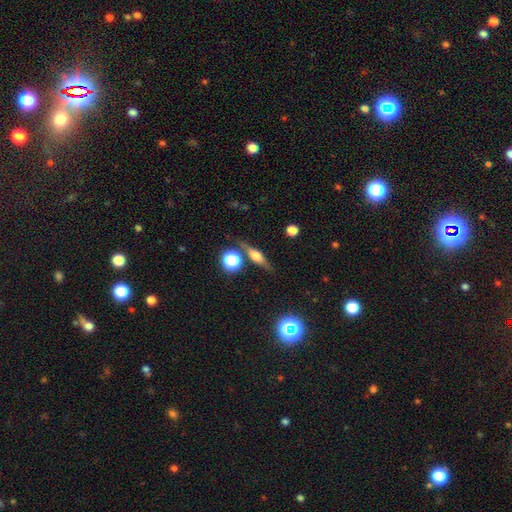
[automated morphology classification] A featured or disk galaxy (51%) viewed edge-on (92%).

Vote fractions:
- Smooth or featured? featured or disk: 51% / smooth: 37% / star or artifact: 12%
- Edge-on disk? yes: 92% / no: 8%
- Merging? none: 77% / minor disturbance: 13% / merger: 6% / major disturbance: 4%